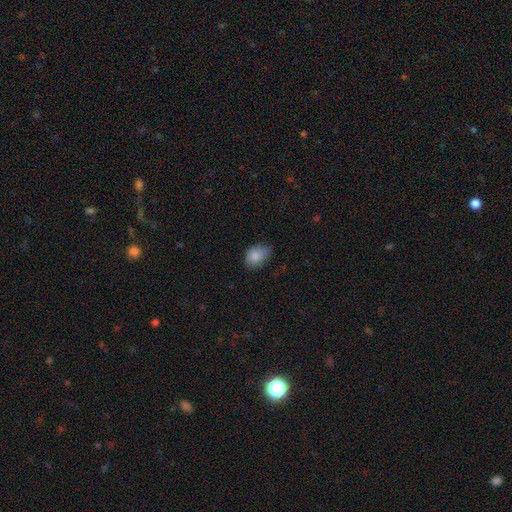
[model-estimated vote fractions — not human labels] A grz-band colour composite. It shows a smooth galaxy with no disk features (84%) that is in between round and cigar-shaped (76%). Merging: none (58%).